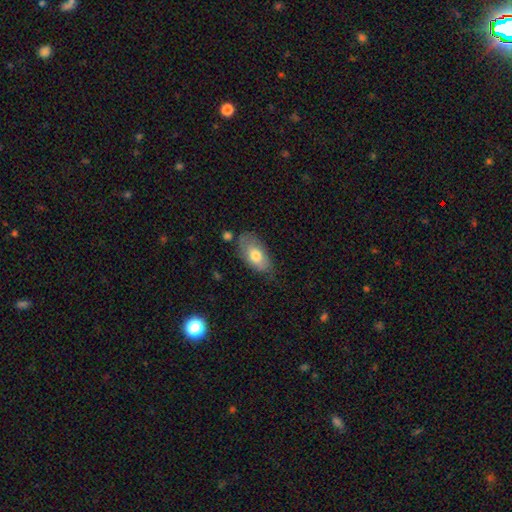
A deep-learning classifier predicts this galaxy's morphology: This appears to be a smooth galaxy with no disk features (72%) that is in between round and cigar-shaped (92%). Merging: none (64%).